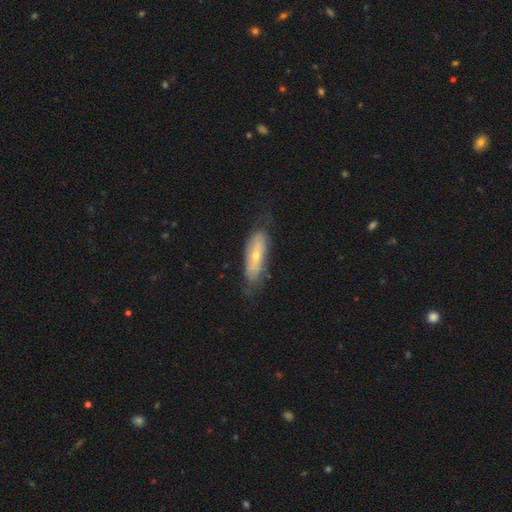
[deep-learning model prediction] This appears to be a featured or disk galaxy (48%). Merging: none (68%).